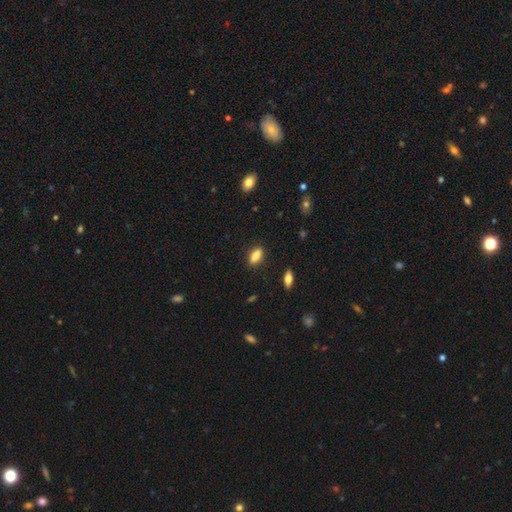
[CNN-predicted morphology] smooth 83%, featured or disk 9%, star or artifact 8%. Down the decision tree: how rounded — in between (76%); merging — none (86%).